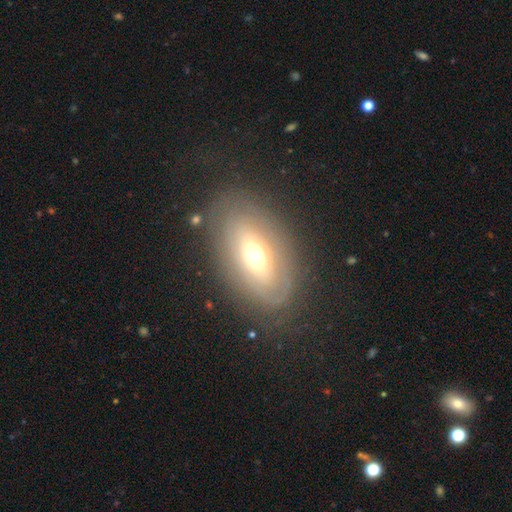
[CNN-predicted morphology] This is possibly a featured or disk galaxy (53%). It is clearly not viewed edge-on (85%). Merging: likely none (77%).